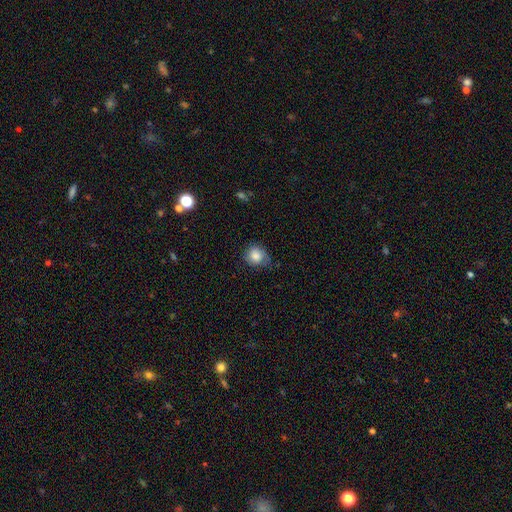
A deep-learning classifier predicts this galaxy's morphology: The model was most divided on "merging": none: 59%, minor disturbance: 30%, major disturbance: 10%, merger: 1%. More confident: smooth or featured — smooth (79%); how rounded — round (76%).